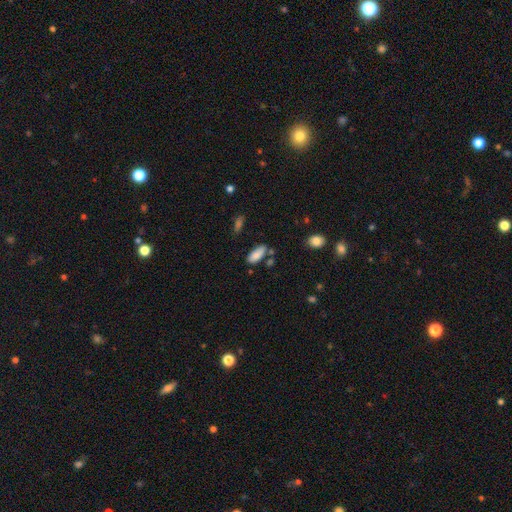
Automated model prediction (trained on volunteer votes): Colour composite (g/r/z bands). It shows a smooth galaxy with no disk features (84%) that is in between round and cigar-shaped (82%). Merging: none (67%).